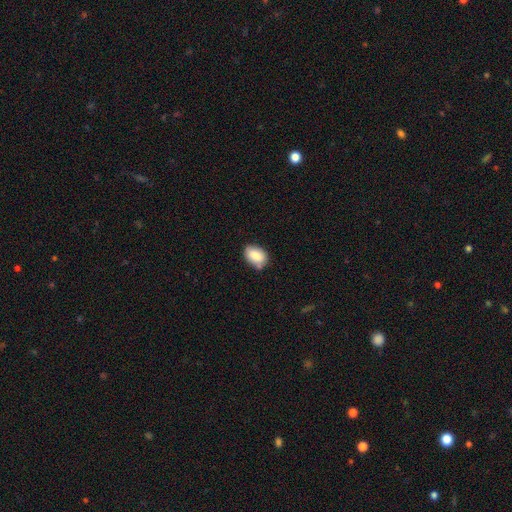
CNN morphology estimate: type=smooth (83%); roundness=in between (84%); merging=none (70%).